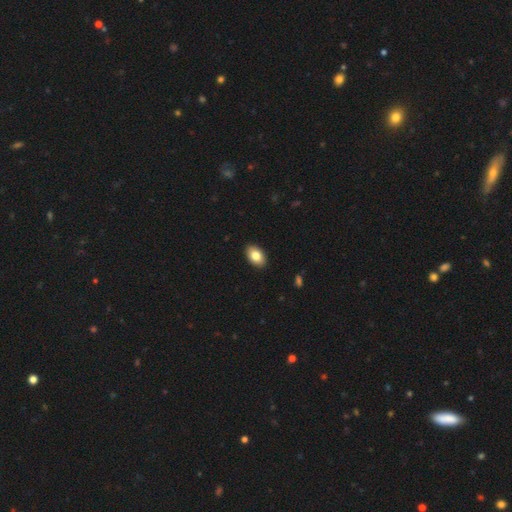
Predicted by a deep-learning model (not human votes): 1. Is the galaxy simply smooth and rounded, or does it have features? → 83% smooth, 10% featured or disk, 7% star or artifact.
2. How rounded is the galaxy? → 91% in between, 8% round, 1% cigar-shaped.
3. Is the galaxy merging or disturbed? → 90% none, 7% minor disturbance, 2% major disturbance, 1% merger.